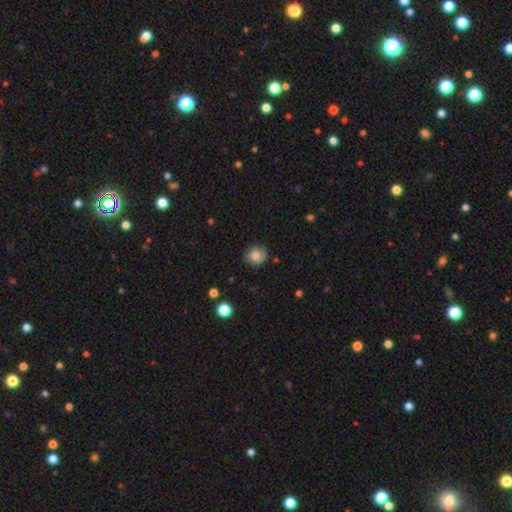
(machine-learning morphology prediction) Smooth or featured?
  - smooth: 71% *
  - featured or disk: 20%
  - star or artifact: 9%
How rounded?
  - round: 83% *
  - in between: 16%
  - cigar-shaped: 1%
Merging?
  - none: 77% *
  - minor disturbance: 17%
  - major disturbance: 4%
  - merger: 1%